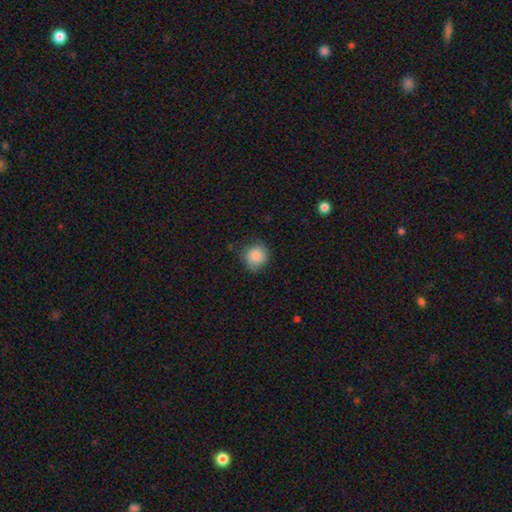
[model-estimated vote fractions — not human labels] Smooth or featured?
  - smooth: 85% *
  - star or artifact: 8%
  - featured or disk: 7%
How rounded?
  - round: 85% *
  - in between: 14%
  - cigar-shaped: 1%
Merging?
  - none: 69% *
  - minor disturbance: 24%
  - major disturbance: 5%
  - merger: 1%